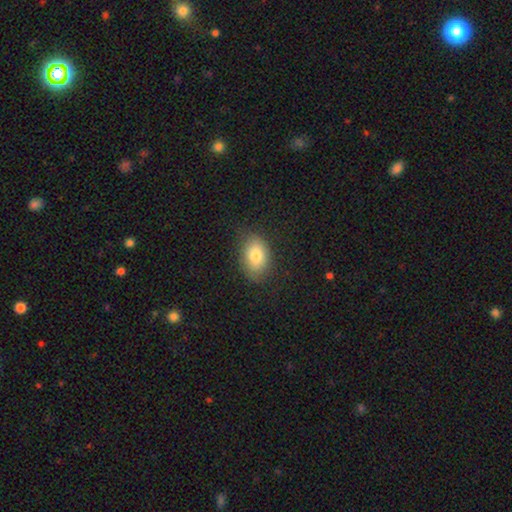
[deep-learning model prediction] Smooth or featured: smooth — 79% (featured or disk — 12%)
How rounded: in between — 81% (round — 18%)
Merging: none — 79% (minor disturbance — 15%)